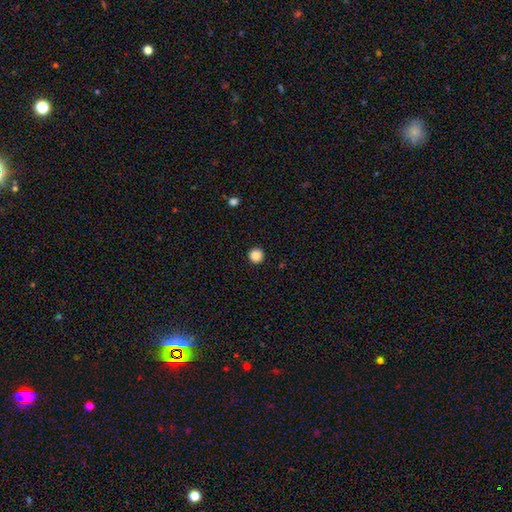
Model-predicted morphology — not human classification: Smooth or featured?
  - smooth: 87% *
  - star or artifact: 10%
  - featured or disk: 3%
How rounded?
  - round: 96% *
  - in between: 3%
  - cigar-shaped: 1%
Merging?
  - none: 93% *
  - minor disturbance: 4%
  - major disturbance: 2%
  - merger: 1%